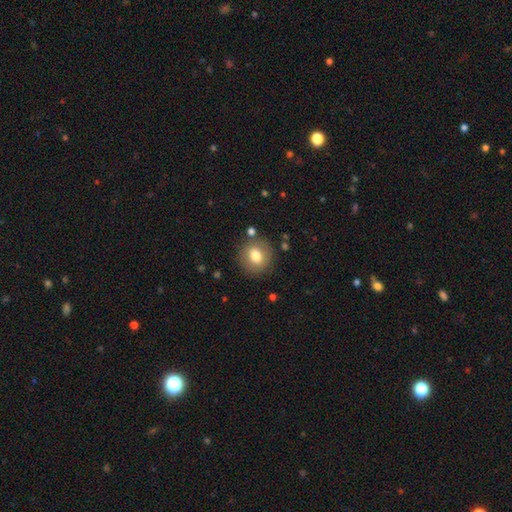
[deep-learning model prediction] Morphology: type=smooth (76%); roundness=round (83%); merging=none (85%).